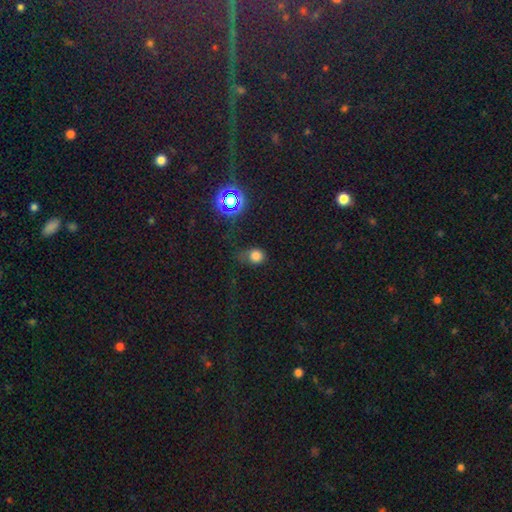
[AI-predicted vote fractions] Smooth or featured: smooth — 73% (star or artifact — 21%)
How rounded: round — 72% (in between — 27%)
Merging: none — 55% (minor disturbance — 26%)